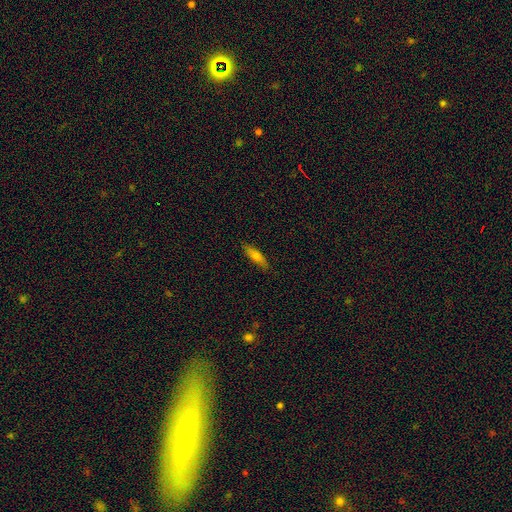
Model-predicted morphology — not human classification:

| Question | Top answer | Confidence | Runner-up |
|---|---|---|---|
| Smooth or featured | smooth | 68% | featured or disk (25%) |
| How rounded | cigar-shaped | 60% | in between (38%) |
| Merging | none | 85% | minor disturbance (12%) |